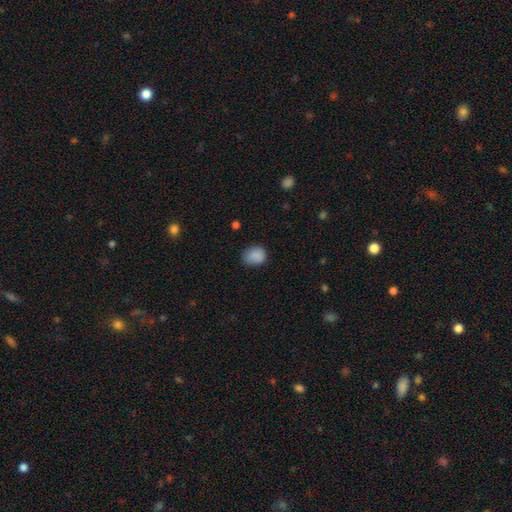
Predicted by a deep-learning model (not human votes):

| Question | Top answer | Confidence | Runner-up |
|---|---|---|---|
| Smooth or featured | smooth | 86% | star or artifact (9%) |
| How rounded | round | 53% | in between (46%) |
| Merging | none | 66% | minor disturbance (27%) |